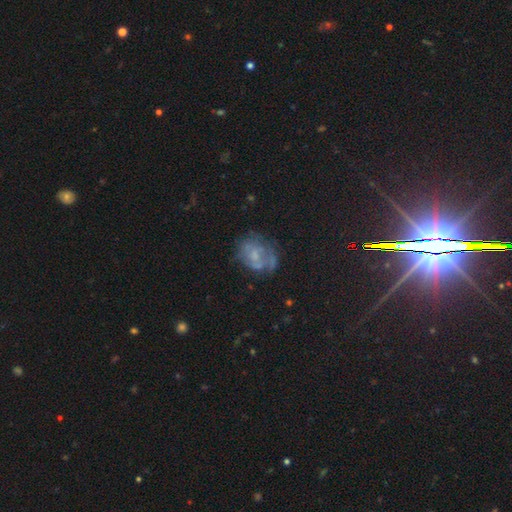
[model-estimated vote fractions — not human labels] Smooth or featured? featured or disk (51%)
Edge-on disk? no (97%)
Merging? none (47%)